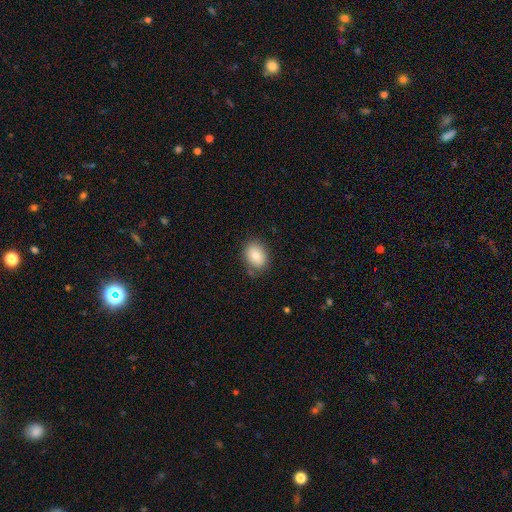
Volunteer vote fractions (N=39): This is likely a smooth galaxy (77%). How rounded: likely in between (67%). Merging: clearly none (89%).